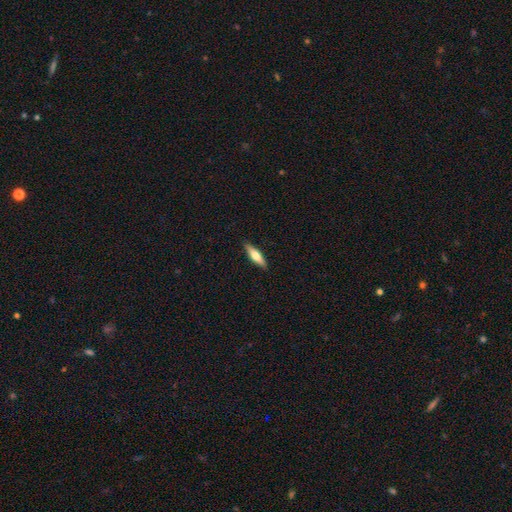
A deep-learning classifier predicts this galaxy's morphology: Smooth or featured: smooth — 57% (featured or disk — 37%)
How rounded: cigar-shaped — 65% (in between — 32%)
Merging: none — 90% (minor disturbance — 8%)